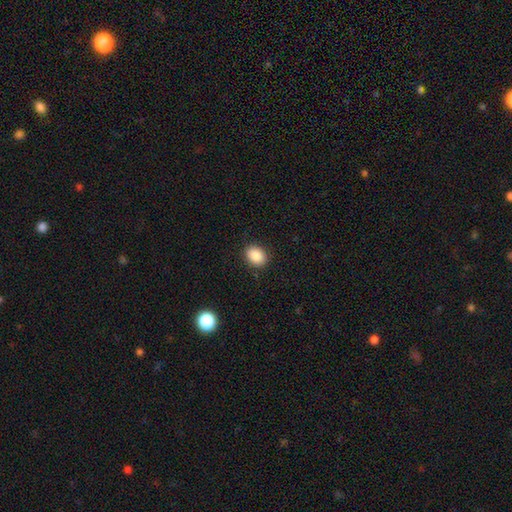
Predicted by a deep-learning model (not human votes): This is clearly a smooth galaxy (89%). How rounded: possibly in between (56%). Merging: clearly none (89%).